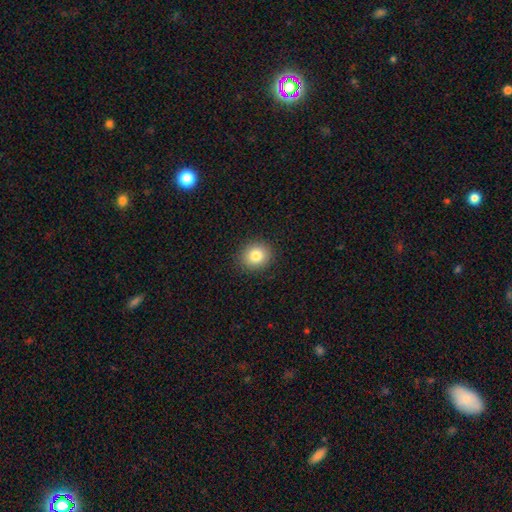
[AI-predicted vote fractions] A smooth galaxy with no disk features (82%) that is round (78%). Merging: none (90%).